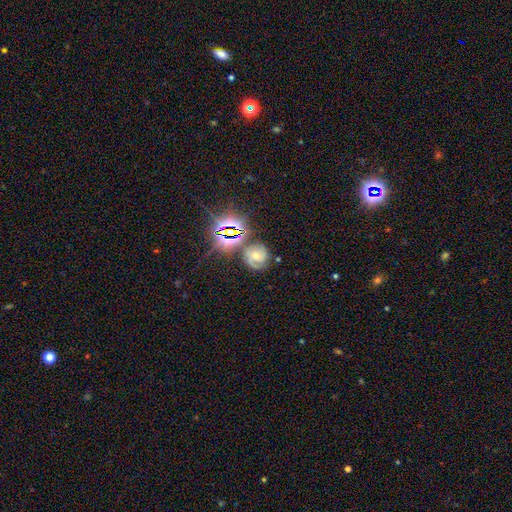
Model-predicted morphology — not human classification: type=featured or disk (47%); merging=none (70%).